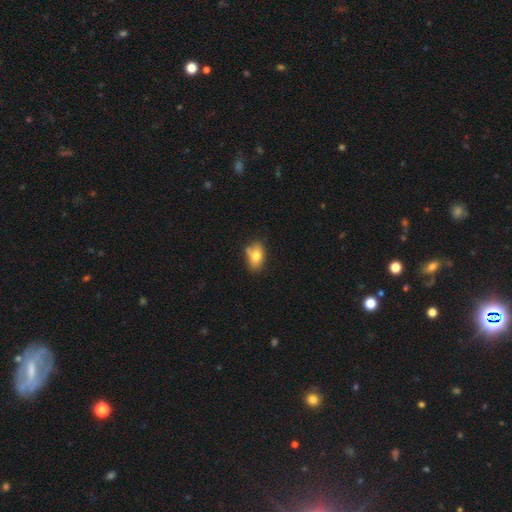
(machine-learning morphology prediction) The model was most divided on "merging": none: 56%, minor disturbance: 26%, merger: 11%, major disturbance: 6%. More confident: how rounded — in between (83%); smooth or featured — smooth (77%).